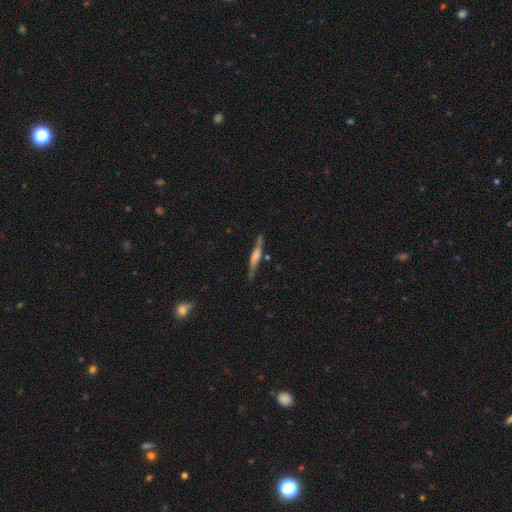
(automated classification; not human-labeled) Overall: featured or disk (56%; smooth 38%). Edge-on disk: yes (93%). Edge-on bulge: rounded (42%; boxy 39%). Merging: none (77%).